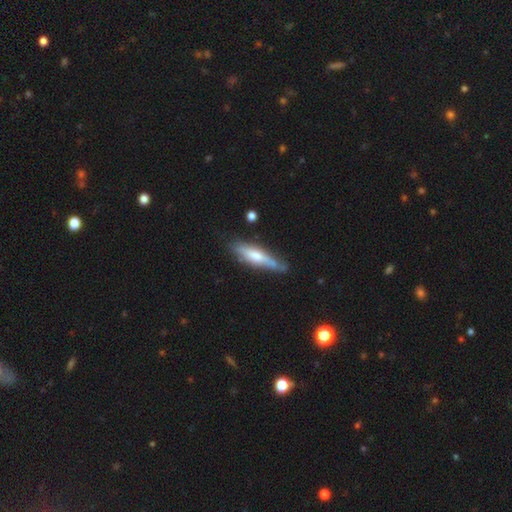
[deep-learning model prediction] smooth_or_featured: featured or disk (p=0.51) [alt: smooth p=0.42]
disk_edge_on: yes (p=0.82) [alt: no p=0.18]
merging: none (p=0.66) [alt: minor disturbance p=0.25]